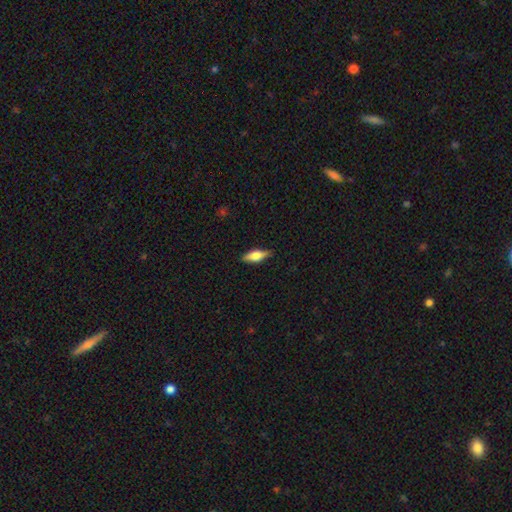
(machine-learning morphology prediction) Smooth or featured? Predicted: smooth (p=0.60). How rounded? Predicted: in between (p=0.63). Merging? Predicted: none (p=0.86).